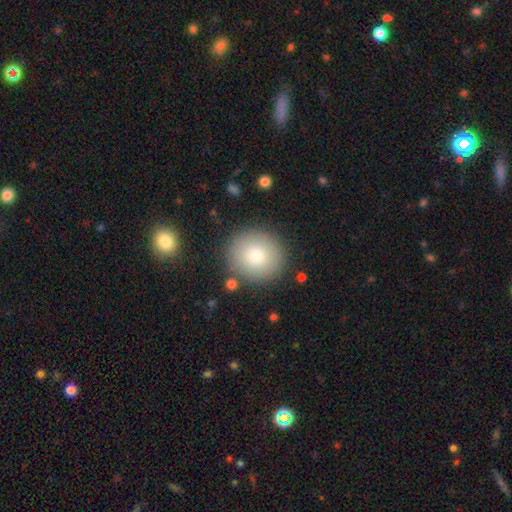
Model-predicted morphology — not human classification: type=smooth (78%); roundness=round (90%); merging=none (86%).